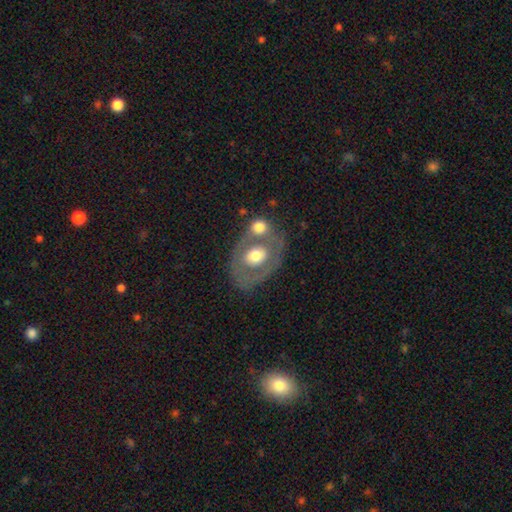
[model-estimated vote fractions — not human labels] smooth-or-featured: featured or disk: 48% | smooth: 45% | star or artifact: 7%
  merging: none: 47% | merger: 29% | minor disturbance: 15% | major disturbance: 8%